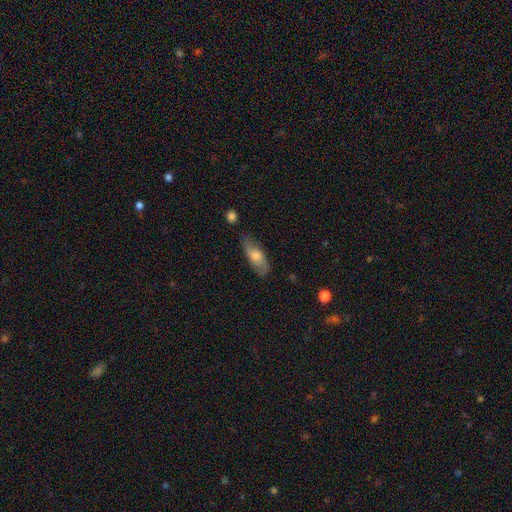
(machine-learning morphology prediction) Overall: smooth (62%; featured or disk 31%). How rounded: in between (73%). Merging: none (72%).